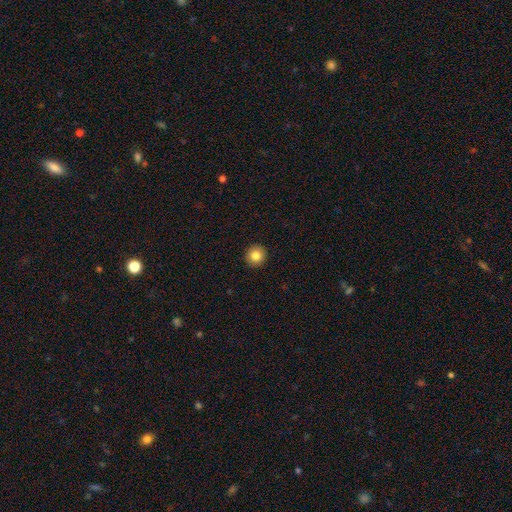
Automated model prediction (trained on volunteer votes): smooth_or_featured: smooth (p=0.83) [alt: star or artifact p=0.10]
how_rounded: round (p=0.93) [alt: in between p=0.06]
merging: none (p=0.93) [alt: minor disturbance p=0.05]